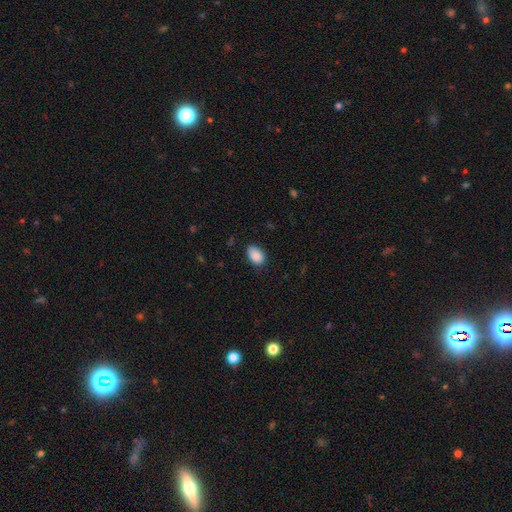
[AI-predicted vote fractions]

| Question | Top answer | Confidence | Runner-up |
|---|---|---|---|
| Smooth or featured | smooth | 89% | star or artifact (7%) |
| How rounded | in between | 86% | round (13%) |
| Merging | none | 81% | minor disturbance (15%) |